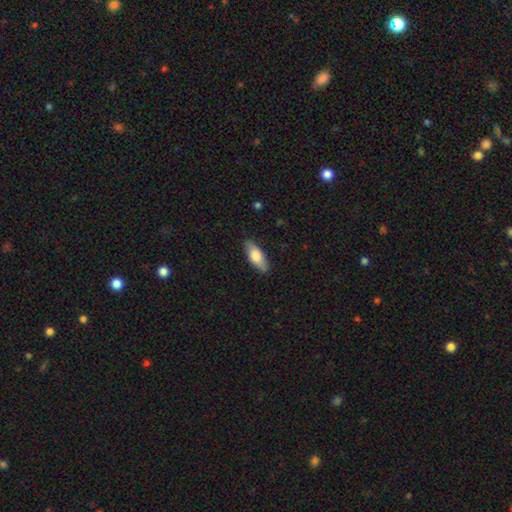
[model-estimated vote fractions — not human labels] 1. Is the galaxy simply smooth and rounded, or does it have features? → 69% smooth, 25% featured or disk, 6% star or artifact.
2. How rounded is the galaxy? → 72% in between, 26% cigar-shaped, 3% round.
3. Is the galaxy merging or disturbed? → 86% none, 11% minor disturbance, 2% major disturbance, 1% merger.